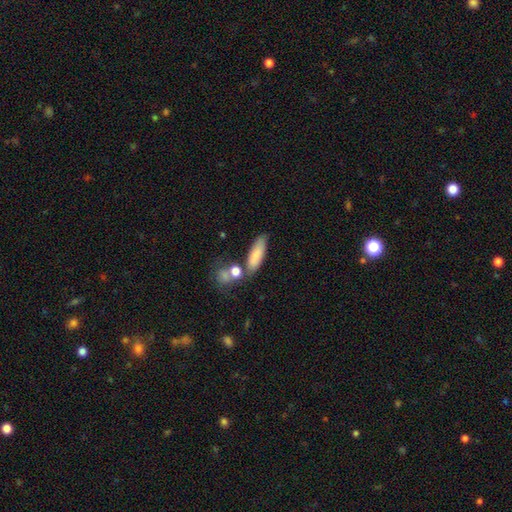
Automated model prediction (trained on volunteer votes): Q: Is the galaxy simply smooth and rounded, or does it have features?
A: smooth — 80%.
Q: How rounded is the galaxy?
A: in between — 56%.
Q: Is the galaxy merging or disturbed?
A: none — 63%.